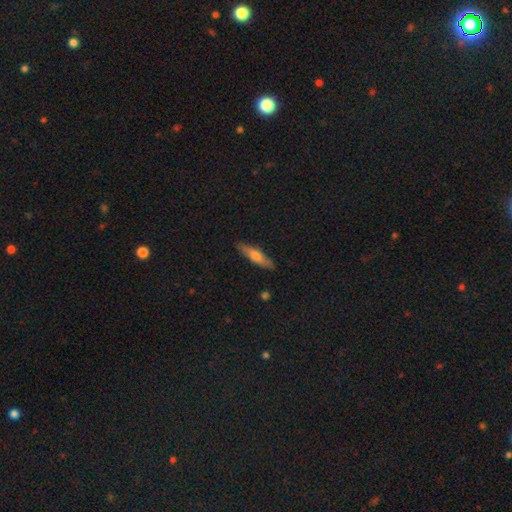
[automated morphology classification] smooth_or_featured: smooth (p=0.54) [alt: featured or disk p=0.41]
how_rounded: cigar-shaped (p=0.78) [alt: in between p=0.20]
merging: none (p=0.88) [alt: minor disturbance p=0.09]